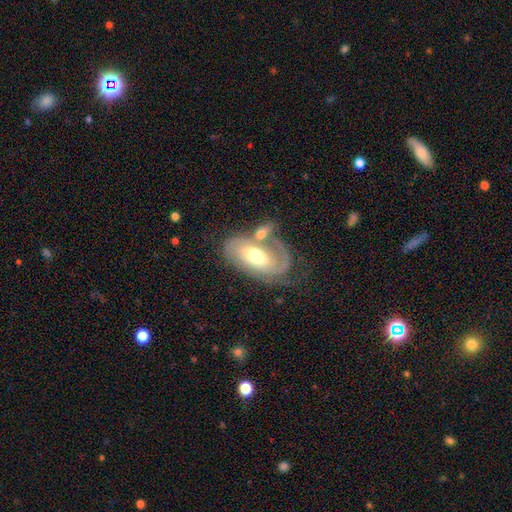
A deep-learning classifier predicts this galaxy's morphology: Smooth or featured?
  - featured or disk: 70% *
  - smooth: 25%
  - star or artifact: 6%
Edge-on disk?
  - no: 92% *
  - yes: 8%
Bar?
  - no: 57% *
  - weak: 33%
  - strong: 10%
Spiral arms?
  - yes: 84% *
  - no: 16%
Spiral winding?
  - tight: 57% *
  - medium: 30%
  - loose: 12%
Spiral arm count?
  - 2: 43% *
  - can't tell: 27%
  - 1: 20%
  - 3: 5%
  - 4: 2%
  - more than 4: 2%
Bulge size?
  - moderate: 70% *
  - large: 14%
  - small: 13%
  - dominant: 1%
  - none: 1%
Merging?
  - none: 41% *
  - merger: 28%
  - minor disturbance: 17%
  - major disturbance: 14%